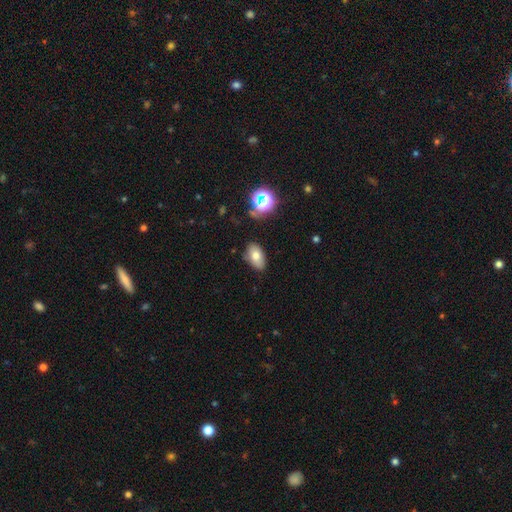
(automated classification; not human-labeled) A smooth galaxy with no disk features (74%) that is in between round and cigar-shaped (91%).

Vote fractions:
- Smooth or featured? smooth: 74% / featured or disk: 14% / star or artifact: 12%
- How rounded? in between: 91% / round: 7% / cigar-shaped: 2%
- Merging? none: 77% / minor disturbance: 17% / major disturbance: 4% / merger: 3%